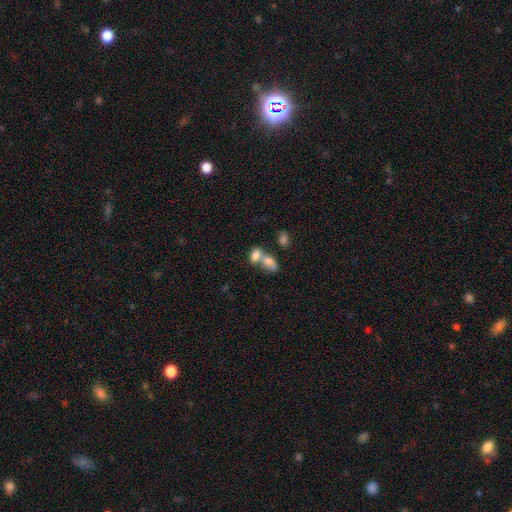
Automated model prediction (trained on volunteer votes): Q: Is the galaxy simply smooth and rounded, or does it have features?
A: smooth — 79%.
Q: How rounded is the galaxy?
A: in between — 86%.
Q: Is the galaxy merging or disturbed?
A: merger — 65%.